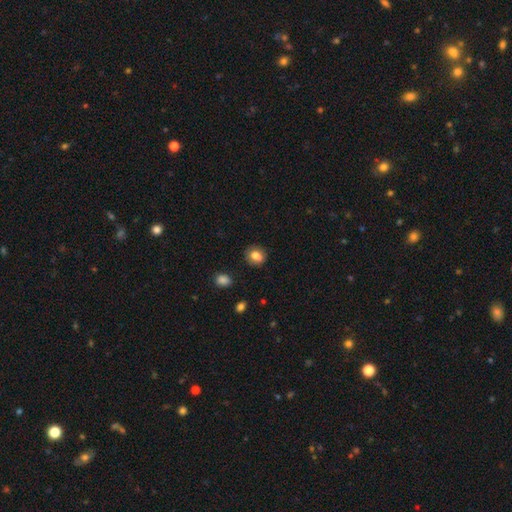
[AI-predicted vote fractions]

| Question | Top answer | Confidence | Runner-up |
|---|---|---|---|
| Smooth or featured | smooth | 79% | featured or disk (11%) |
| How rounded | round | 62% | in between (36%) |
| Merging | none | 77% | minor disturbance (14%) |